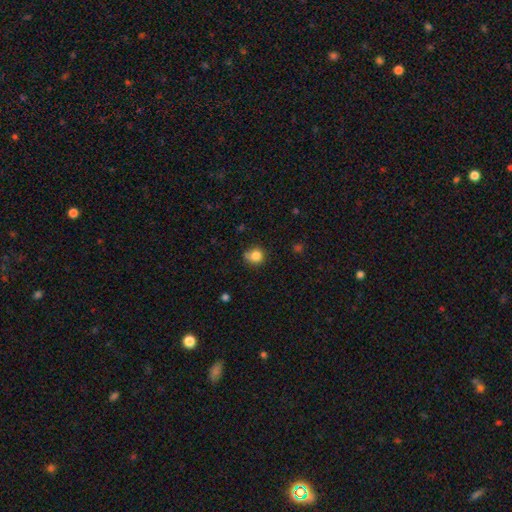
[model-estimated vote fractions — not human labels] Q: Smooth or featured?
A: smooth (83%); runner-up: star or artifact (10%)
Q: How rounded?
A: round (79%); runner-up: in between (21%)
Q: Merging?
A: none (60%); runner-up: minor disturbance (28%)